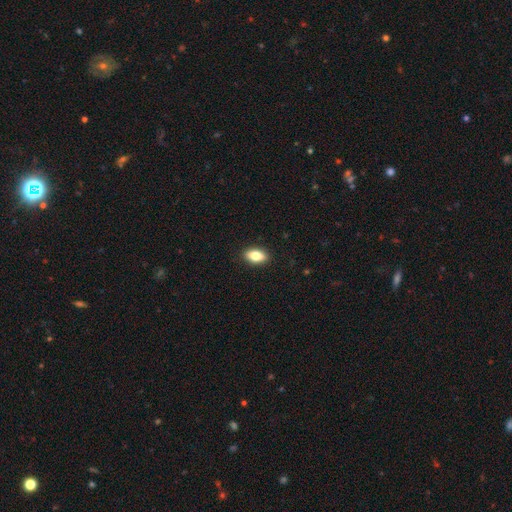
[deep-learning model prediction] Smooth or featured?
  - smooth: 79% *
  - featured or disk: 13%
  - star or artifact: 8%
How rounded?
  - in between: 88% *
  - round: 7%
  - cigar-shaped: 5%
Merging?
  - none: 90% *
  - minor disturbance: 7%
  - major disturbance: 2%
  - merger: 1%